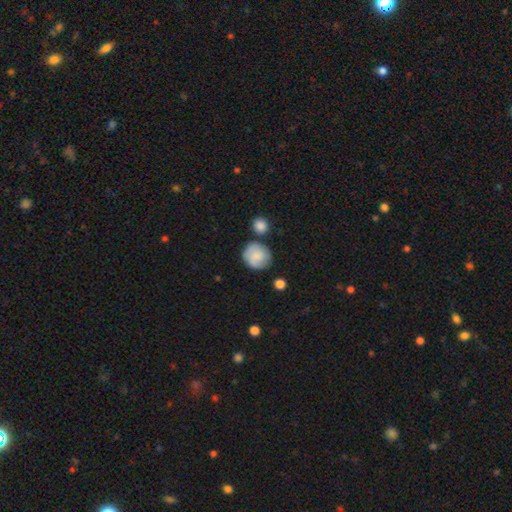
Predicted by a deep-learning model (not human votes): Smooth or featured?
  - smooth: 66% *
  - featured or disk: 26%
  - star or artifact: 7%
How rounded?
  - round: 84% *
  - in between: 15%
  - cigar-shaped: 1%
Merging?
  - none: 70% *
  - minor disturbance: 17%
  - merger: 8%
  - major disturbance: 5%